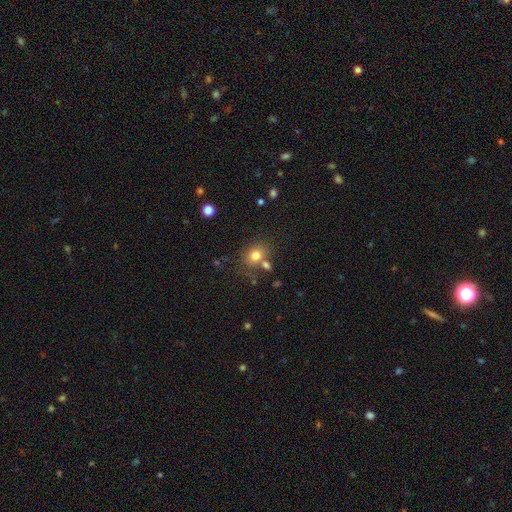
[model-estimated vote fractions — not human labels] Smooth or featured? Predicted: smooth (p=0.77). How rounded? Predicted: round (p=0.60). Merging? Predicted: none (p=0.63).